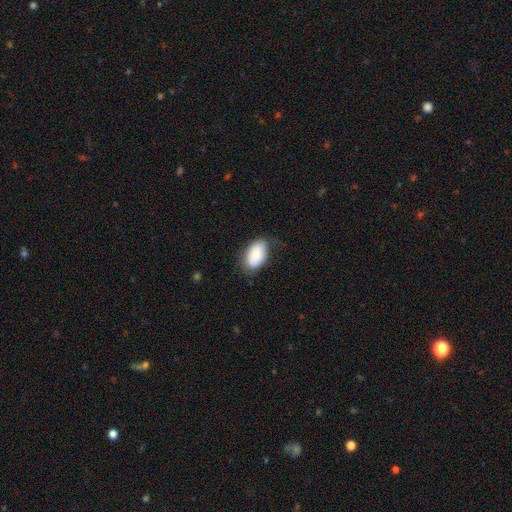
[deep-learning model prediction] smooth-or-featured: smooth: 75% | featured or disk: 18% | star or artifact: 7%
  how-rounded: in between: 92% | round: 6% | cigar-shaped: 1%
  merging: none: 62% | minor disturbance: 28% | major disturbance: 8% | merger: 2%